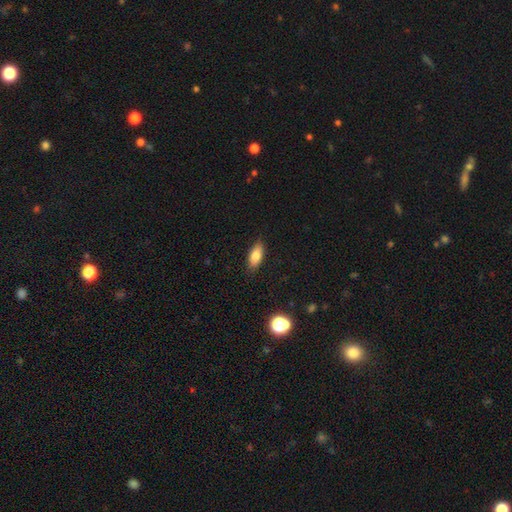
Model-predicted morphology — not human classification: Q: Smooth or featured?
A: smooth (78%); runner-up: featured or disk (14%)
Q: How rounded?
A: in between (82%); runner-up: cigar-shaped (14%)
Q: Merging?
A: none (87%); runner-up: minor disturbance (10%)